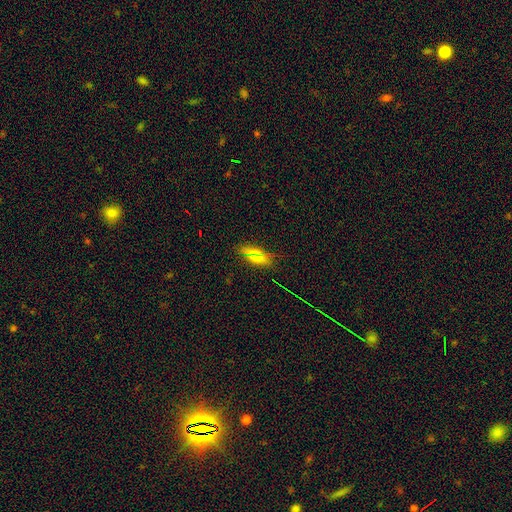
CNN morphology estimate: A smooth galaxy with no disk features (61%) that is in between round and cigar-shaped (76%). Merging: none (84%).